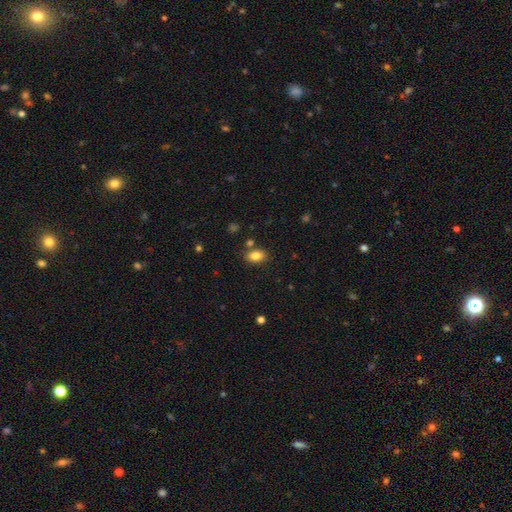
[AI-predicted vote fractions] Morphology: type=smooth (84%); roundness=in between (83%); merging=none (79%).